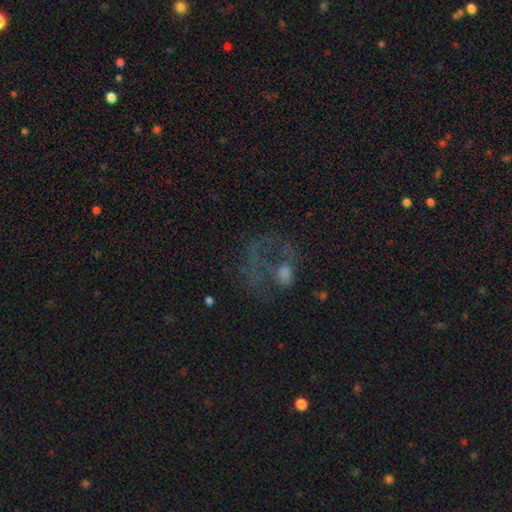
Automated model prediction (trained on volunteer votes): Smooth or featured? Predicted: featured or disk (p=0.46). Merging? Predicted: major disturbance (p=0.47).